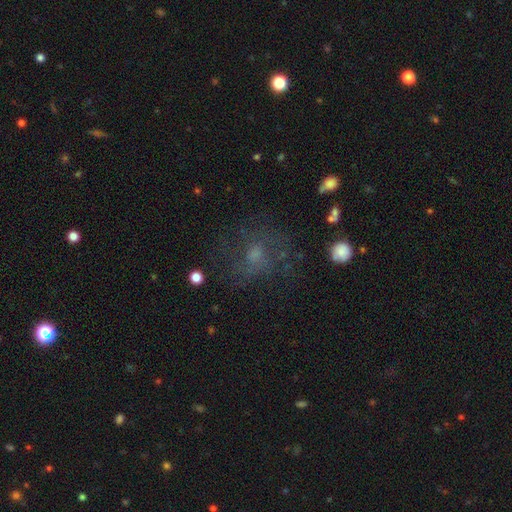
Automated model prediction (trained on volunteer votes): This is marginally a featured or disk galaxy (43%). Merging: likely none (61%).